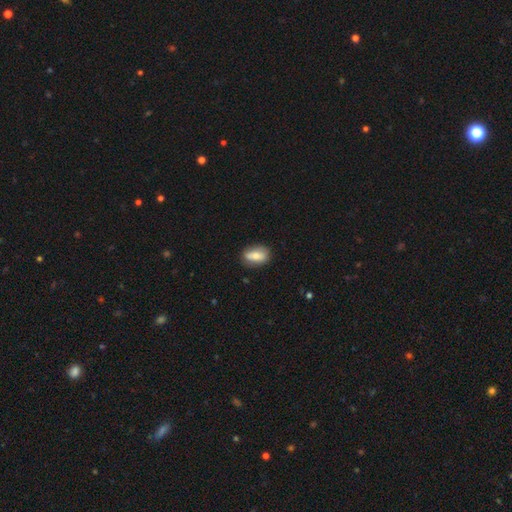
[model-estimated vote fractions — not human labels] smooth-or-featured: smooth: 71% | featured or disk: 22% | star or artifact: 7%
  how-rounded: in between: 83% | round: 9% | cigar-shaped: 8%
  merging: none: 81% | minor disturbance: 15% | major disturbance: 3% | merger: 2%